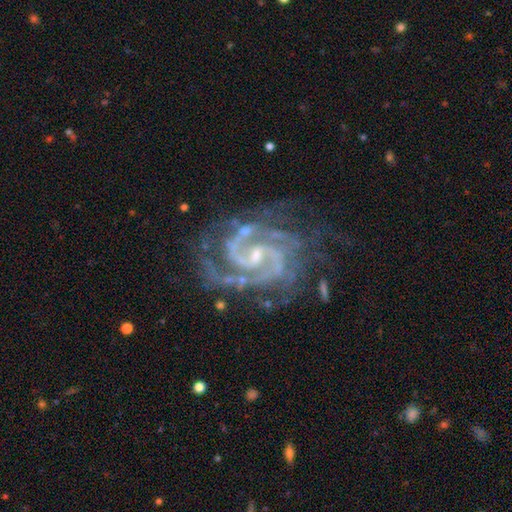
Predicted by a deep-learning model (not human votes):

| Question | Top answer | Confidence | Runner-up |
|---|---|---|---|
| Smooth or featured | featured or disk | 93% | star or artifact (5%) |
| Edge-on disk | no | 98% | yes (2%) |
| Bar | weak | 49% | no (32%) |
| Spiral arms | yes | 99% | no (1%) |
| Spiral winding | tight | 50% | medium (45%) |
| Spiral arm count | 2 | 74% | 3 (12%) |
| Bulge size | small | 68% | moderate (24%) |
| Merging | none | 69% | minor disturbance (19%) |